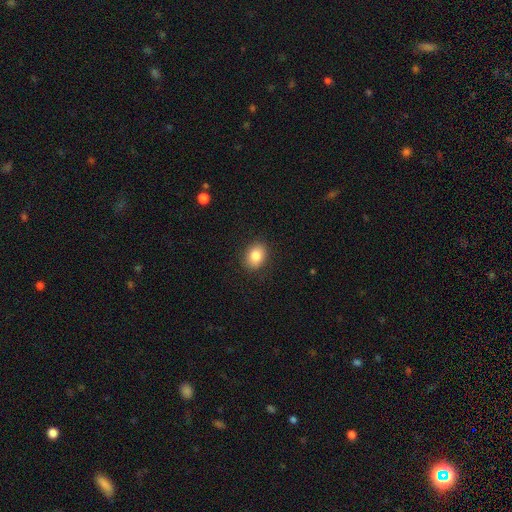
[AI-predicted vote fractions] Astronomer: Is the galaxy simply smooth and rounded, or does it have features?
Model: smooth — 83%.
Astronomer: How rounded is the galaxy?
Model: in between — 57% (runner-up: round, 42%).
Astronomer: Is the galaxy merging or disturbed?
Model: none — 86%.